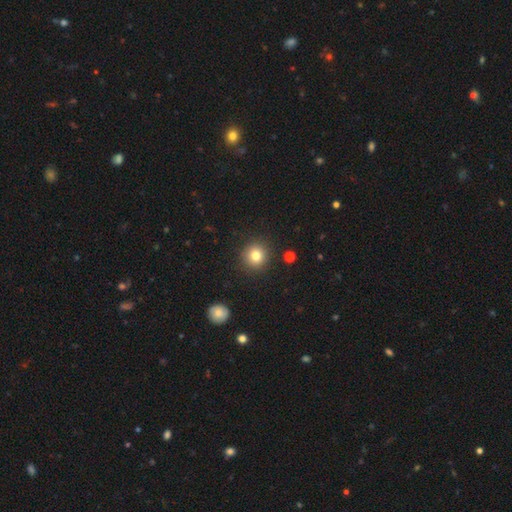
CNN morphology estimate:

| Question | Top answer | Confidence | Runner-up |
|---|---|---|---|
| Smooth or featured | smooth | 81% | star or artifact (12%) |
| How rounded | round | 92% | in between (7%) |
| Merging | none | 90% | minor disturbance (6%) |